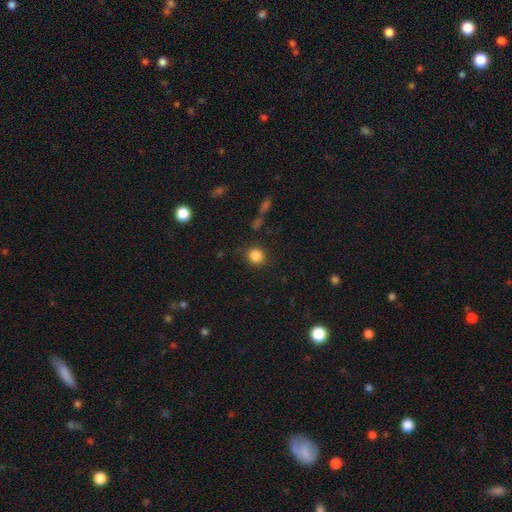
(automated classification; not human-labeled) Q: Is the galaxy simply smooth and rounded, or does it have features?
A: smooth — 85%.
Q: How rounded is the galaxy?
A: round — 89%.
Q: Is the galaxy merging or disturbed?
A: none — 87%.